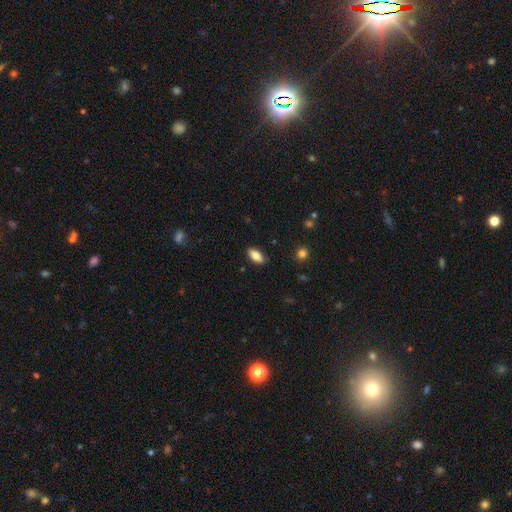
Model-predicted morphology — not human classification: A smooth galaxy with no disk features (81%) that is in between round and cigar-shaped (87%).

Vote fractions:
- Smooth or featured? smooth: 81% / featured or disk: 11% / star or artifact: 7%
- How rounded? in between: 87% / cigar-shaped: 10% / round: 3%
- Merging? none: 85% / minor disturbance: 11% / major disturbance: 2% / merger: 1%